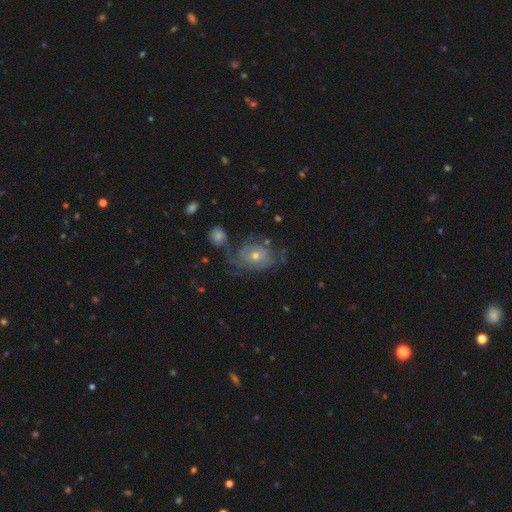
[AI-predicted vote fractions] smooth-or-featured: featured or disk: 74% | smooth: 16% | star or artifact: 10%
  disk-edge-on: no: 96% | yes: 4%
    bar: no: 78% | weak: 18% | strong: 4%
    has-spiral-arms: yes: 86% | no: 14%
      spiral-winding: tight: 56% | medium: 31% | loose: 13%
      spiral-arm-count: can't tell: 44% | 2: 25% | 3: 14% | 1: 7% | 4: 6% | more than 4: 4%
    bulge-size: small: 49% | moderate: 47% | large: 2% | none: 1% | dominant: 1%
  merging: none: 53% | minor disturbance: 22% | major disturbance: 18% | merger: 7%